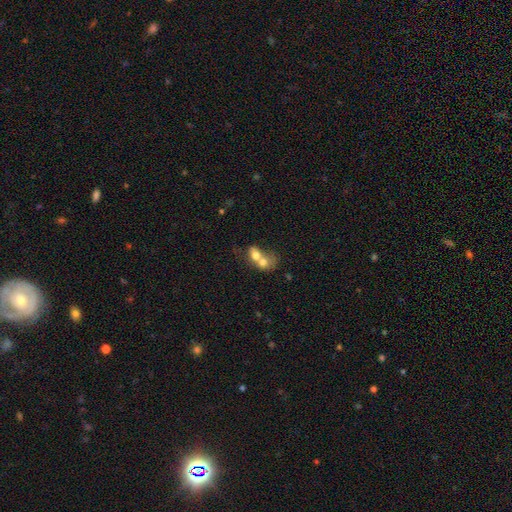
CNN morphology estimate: A smooth galaxy with no disk features (64%) that is in between round and cigar-shaped (55%). Merging: merger (78%).